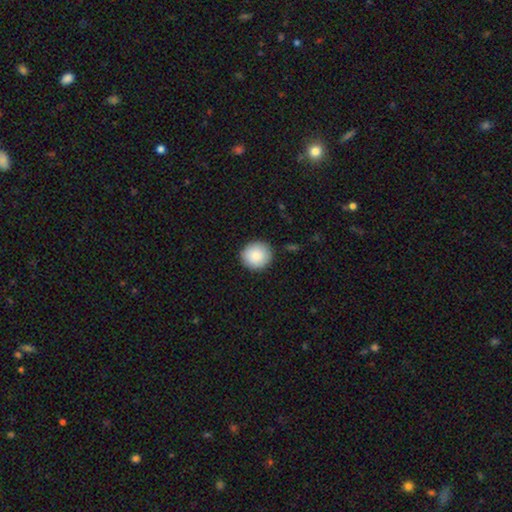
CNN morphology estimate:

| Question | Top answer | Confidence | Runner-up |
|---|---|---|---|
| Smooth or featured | smooth | 87% | star or artifact (7%) |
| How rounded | round | 92% | in between (7%) |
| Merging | none | 90% | minor disturbance (7%) |